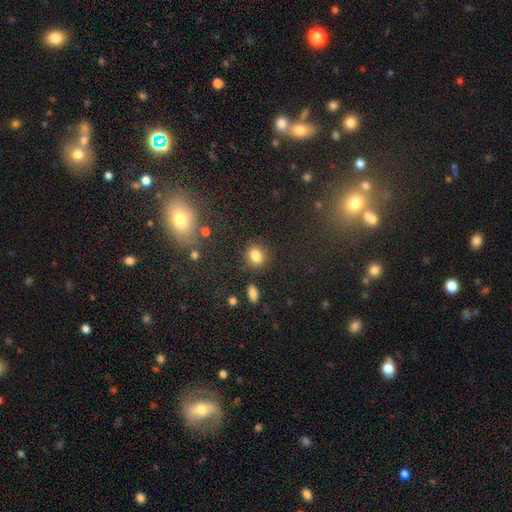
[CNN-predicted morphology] Q: Smooth or featured?
A: smooth (83%); runner-up: star or artifact (11%)
Q: How rounded?
A: round (62%); runner-up: in between (37%)
Q: Merging?
A: none (82%); runner-up: minor disturbance (11%)